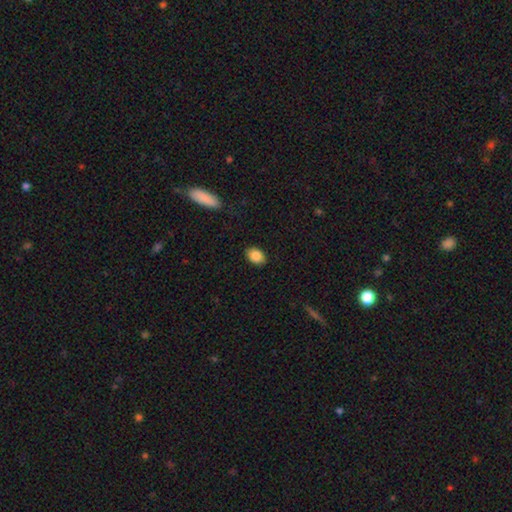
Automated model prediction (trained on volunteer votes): A smooth galaxy with no disk features (87%) that is in between round and cigar-shaped (78%). Merging: none (88%).